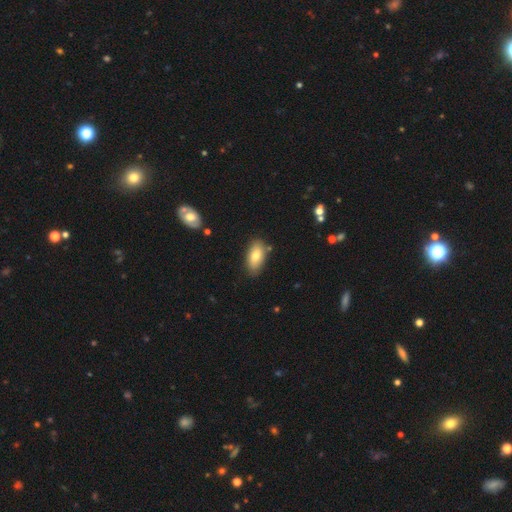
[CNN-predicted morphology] smooth 75%, featured or disk 18%, star or artifact 7%. Down the decision tree: how rounded — in between (91%); merging — none (80%).